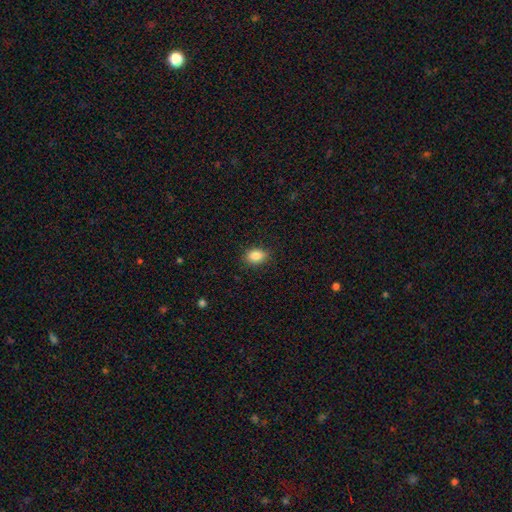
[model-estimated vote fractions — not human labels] Smooth or featured? Predicted: smooth (p=0.87). How rounded? Predicted: in between (p=0.80). Merging? Predicted: none (p=0.86).